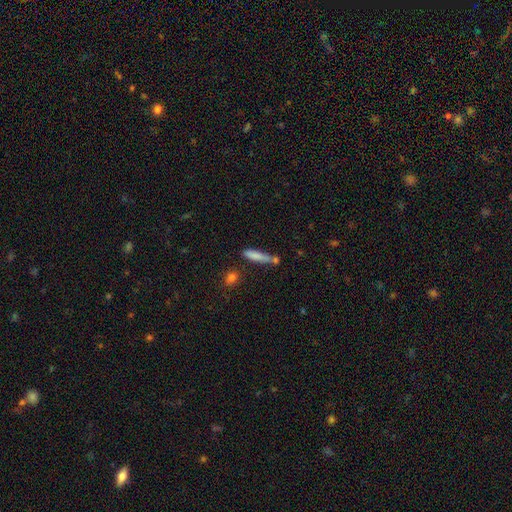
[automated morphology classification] This is likely a smooth galaxy (77%). How rounded: clearly cigar-shaped (84%). Merging: possibly none (58%).